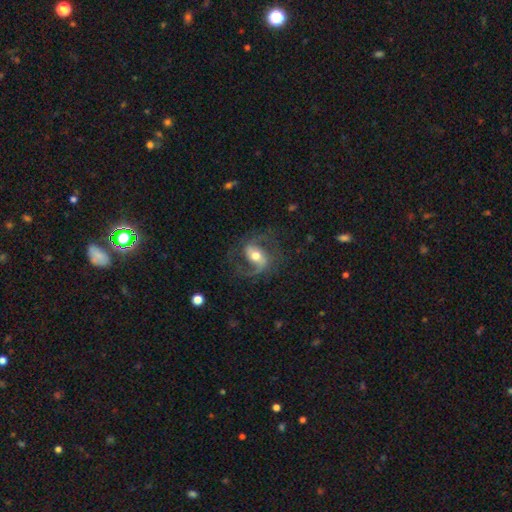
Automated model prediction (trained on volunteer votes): This appears to be a featured or disk galaxy (81%) with a weak bar (42%), 2 (76%) medium (48%) spiral arms (93%) and a moderate central bulge (69%). Merging: none (65%).